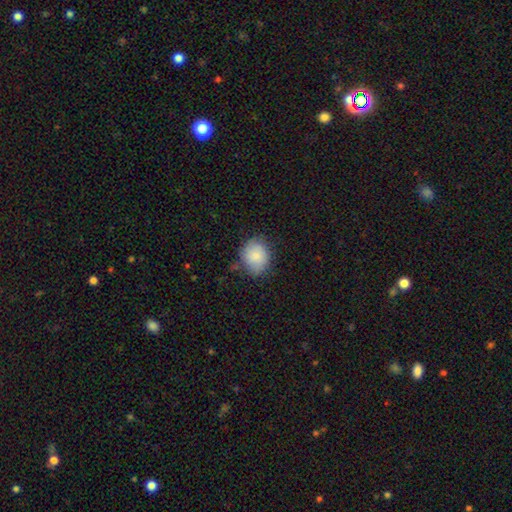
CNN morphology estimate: This is clearly a smooth galaxy (86%). How rounded: likely round (62%). Merging: likely none (71%).